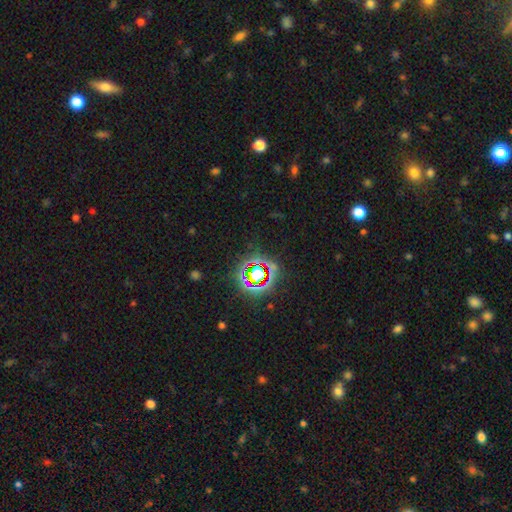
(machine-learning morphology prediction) smooth-or-featured: star or artifact: 77% | smooth: 14% | featured or disk: 9%